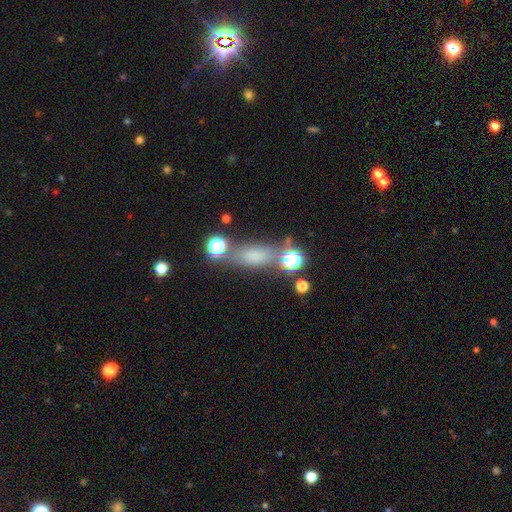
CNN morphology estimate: A smooth galaxy with no disk features (56%) that is in between round and cigar-shaped (46%). Merging: none (60%).